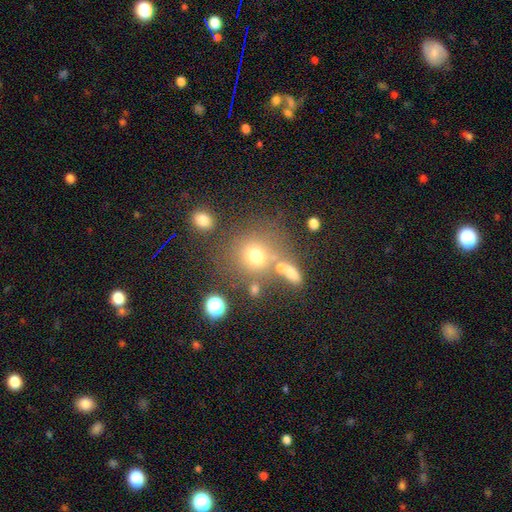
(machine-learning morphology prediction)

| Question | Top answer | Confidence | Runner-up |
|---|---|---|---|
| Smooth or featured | smooth | 67% | star or artifact (19%) |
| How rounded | round | 86% | in between (13%) |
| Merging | none | 65% | merger (16%) |